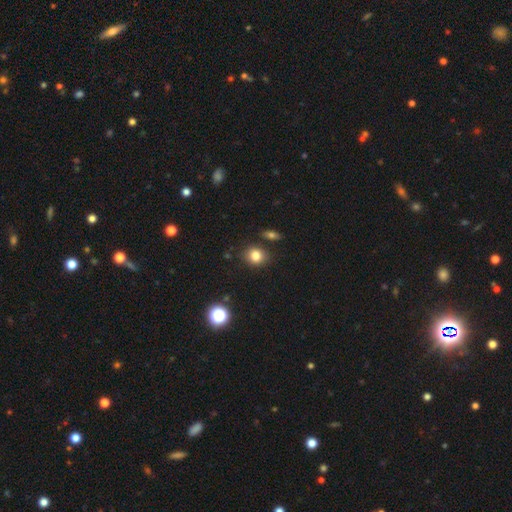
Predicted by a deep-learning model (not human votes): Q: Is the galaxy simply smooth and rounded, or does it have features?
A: smooth — 81%.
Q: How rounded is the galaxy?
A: round — 70%.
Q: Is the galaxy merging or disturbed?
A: none — 81%.